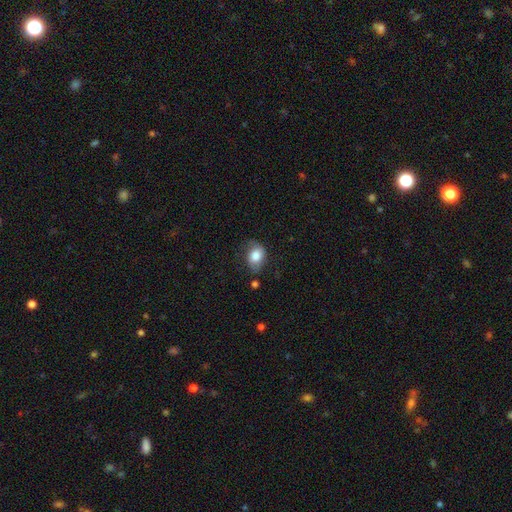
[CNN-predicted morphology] This is likely a smooth galaxy (74%). How rounded: likely in between (71%). Merging: possibly none (55%).